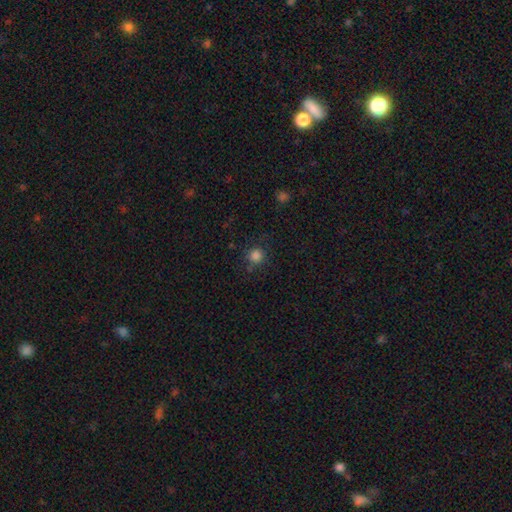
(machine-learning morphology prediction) smooth-or-featured: smooth: 83% | star or artifact: 13% | featured or disk: 4%
  how-rounded: round: 93% | in between: 6% | cigar-shaped: 1%
  merging: none: 80% | minor disturbance: 12% | major disturbance: 5% | merger: 4%